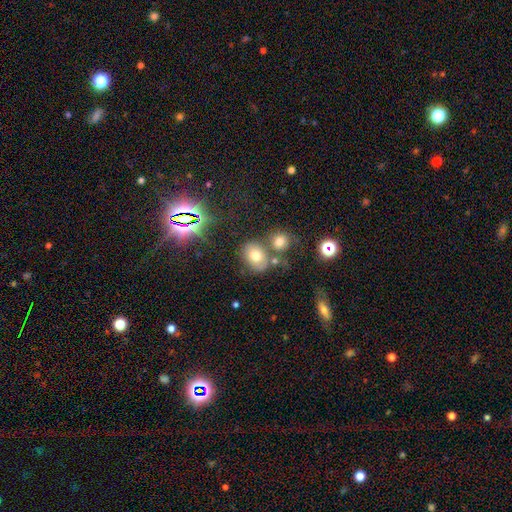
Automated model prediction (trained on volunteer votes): A smooth galaxy with no disk features (68%) that is in between round and cigar-shaped (54%). Merging: none (59%).